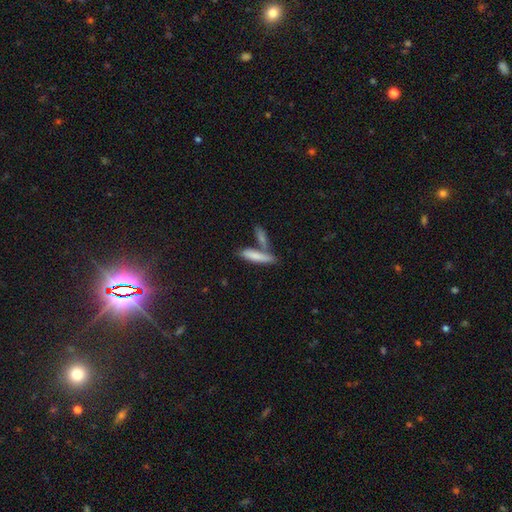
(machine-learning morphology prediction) smooth 76%, featured or disk 18%, star or artifact 6%. Down the decision tree: how rounded — cigar-shaped (77%); merging — none (55%).